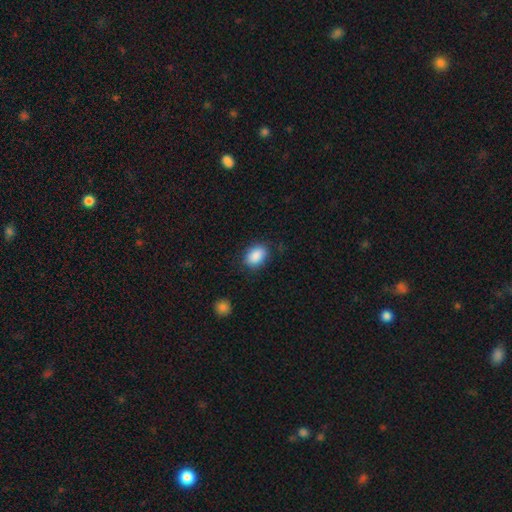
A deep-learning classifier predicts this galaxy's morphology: A smooth galaxy with no disk features (88%) that is in between round and cigar-shaped (79%). Merging: none (81%).